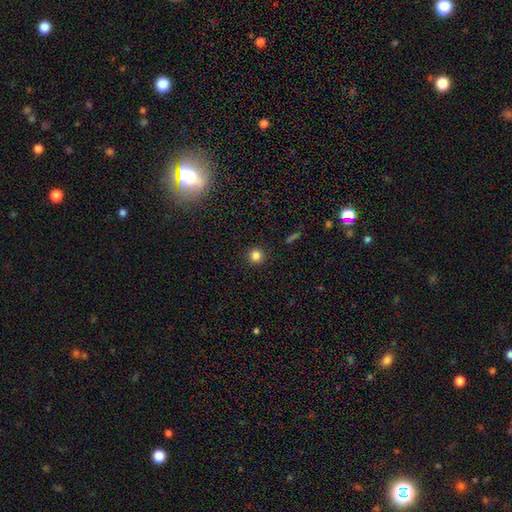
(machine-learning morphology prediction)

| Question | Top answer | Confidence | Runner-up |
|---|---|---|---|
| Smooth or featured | smooth | 83% | star or artifact (12%) |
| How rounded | round | 95% | in between (4%) |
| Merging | none | 92% | minor disturbance (5%) |